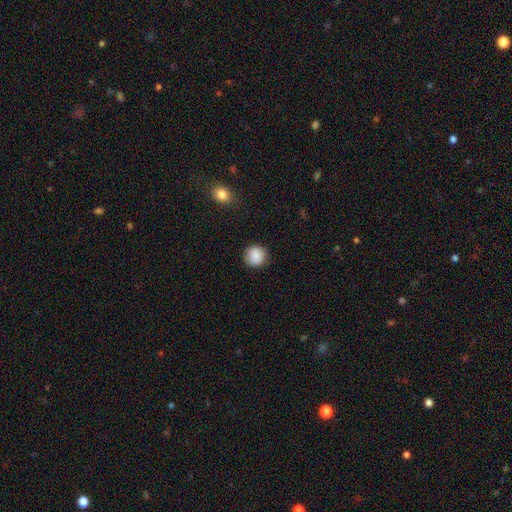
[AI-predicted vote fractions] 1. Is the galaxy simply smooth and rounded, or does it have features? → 88% smooth, 8% star or artifact, 4% featured or disk.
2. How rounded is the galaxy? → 91% round, 8% in between, 1% cigar-shaped.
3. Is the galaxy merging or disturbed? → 87% none, 9% minor disturbance, 3% major disturbance, 1% merger.